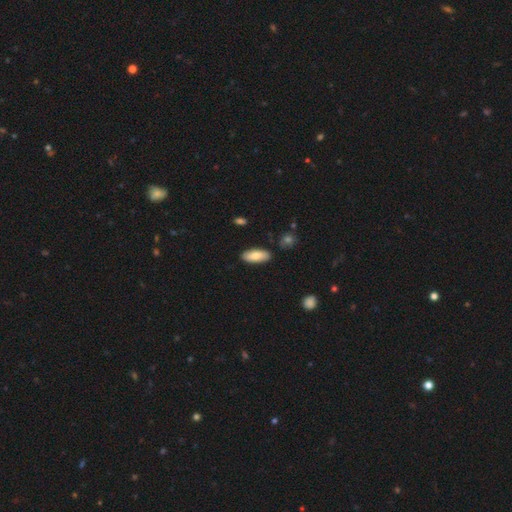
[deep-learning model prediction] Q: Smooth or featured?
A: smooth (80%); runner-up: featured or disk (14%)
Q: How rounded?
A: in between (82%); runner-up: cigar-shaped (16%)
Q: Merging?
A: none (87%); runner-up: minor disturbance (10%)